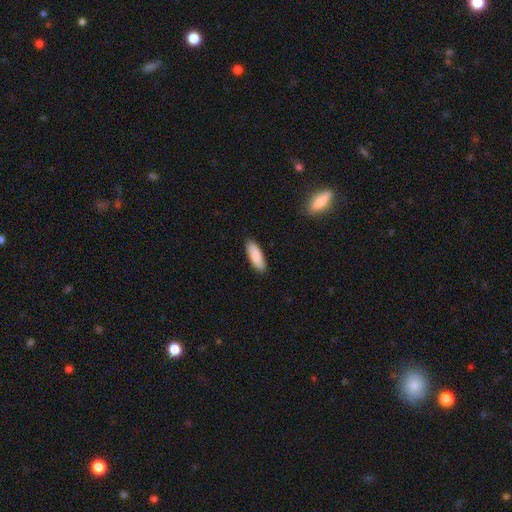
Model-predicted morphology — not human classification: Smooth or featured?
  - smooth: 87% *
  - featured or disk: 8%
  - star or artifact: 5%
How rounded?
  - in between: 59% *
  - cigar-shaped: 39%
  - round: 2%
Merging?
  - none: 90% *
  - minor disturbance: 8%
  - major disturbance: 2%
  - merger: 1%